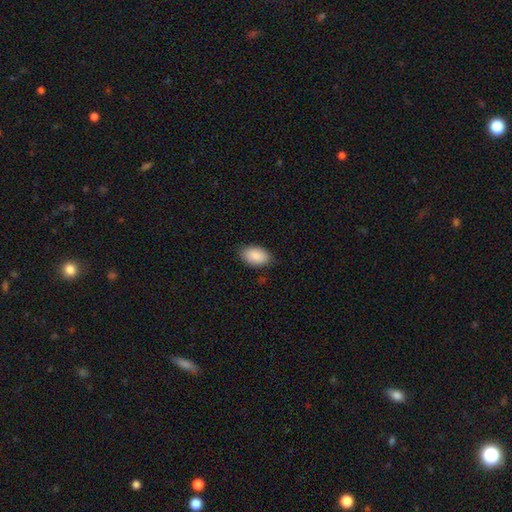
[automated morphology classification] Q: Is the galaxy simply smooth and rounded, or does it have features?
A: smooth — 90%.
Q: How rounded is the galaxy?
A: in between — 93%.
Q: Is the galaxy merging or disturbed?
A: none — 83%.